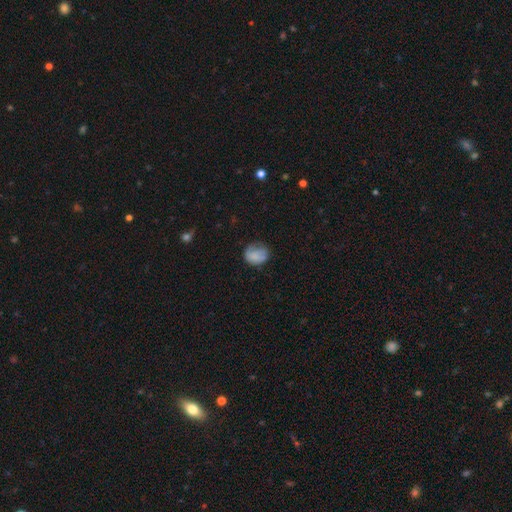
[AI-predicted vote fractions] smooth 74%, featured or disk 16%, star or artifact 9%. Down the decision tree: how rounded — round (56%); merging — none (53%).